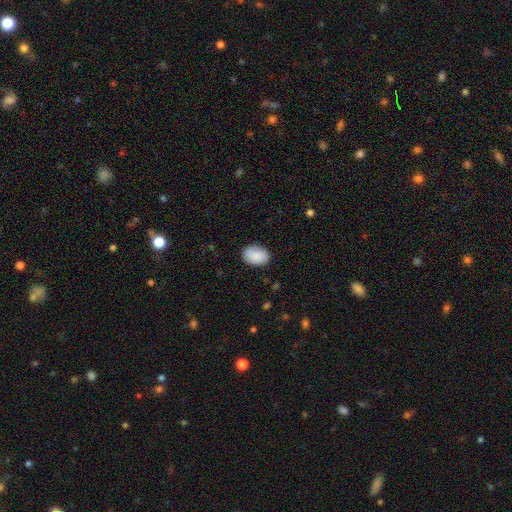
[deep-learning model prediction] This is clearly a smooth galaxy (89%). How rounded: clearly in between (82%). Merging: clearly none (86%).